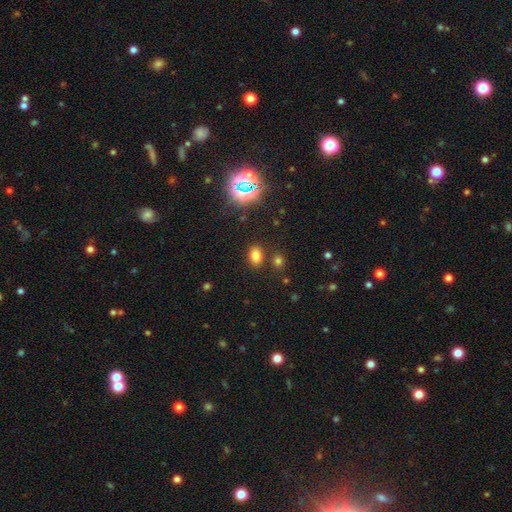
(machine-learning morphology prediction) The model was most divided on "smooth or featured": smooth: 74%, star or artifact: 20%, featured or disk: 6%. More confident: merging — none (81%); how rounded — in between (79%).